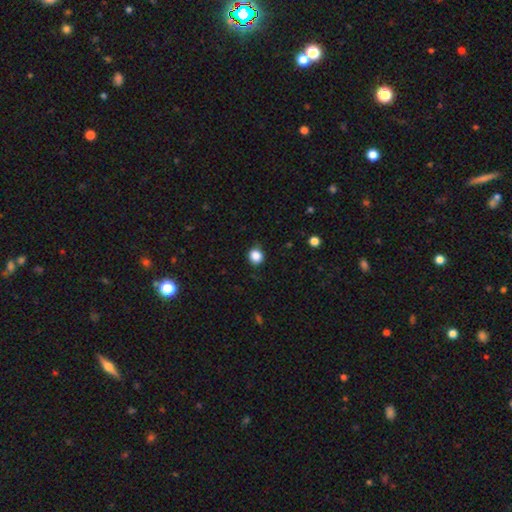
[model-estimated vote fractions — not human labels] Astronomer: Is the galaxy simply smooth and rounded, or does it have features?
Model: smooth — 87%.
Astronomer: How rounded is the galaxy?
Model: round — 85%.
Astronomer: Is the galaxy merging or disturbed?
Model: none — 86%.